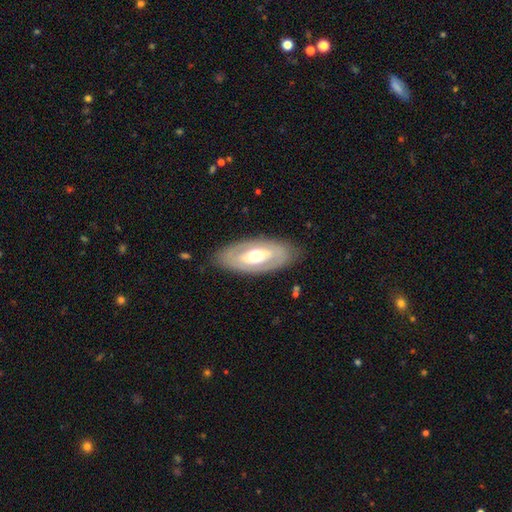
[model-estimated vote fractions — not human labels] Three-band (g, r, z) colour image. It shows a featured or disk galaxy (59%) with no bar (70%), no spiral arms (79%) and a moderate central bulge (67%). Merging: none (82%).